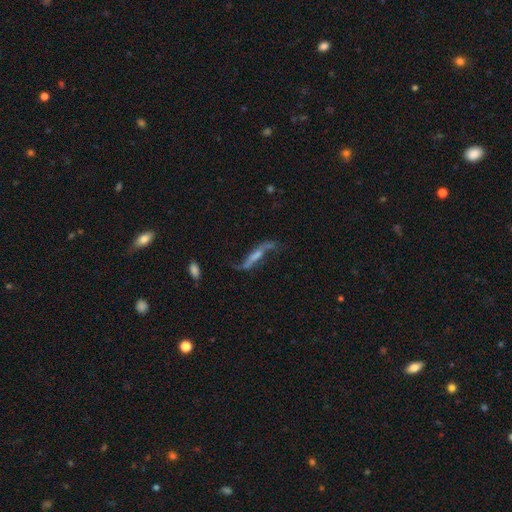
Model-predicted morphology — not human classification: Smooth or featured?
  - featured or disk: 76% *
  - smooth: 15%
  - star or artifact: 10%
Edge-on disk?
  - no: 62% *
  - yes: 38%
Merging?
  - none: 58% *
  - minor disturbance: 20%
  - major disturbance: 17%
  - merger: 5%